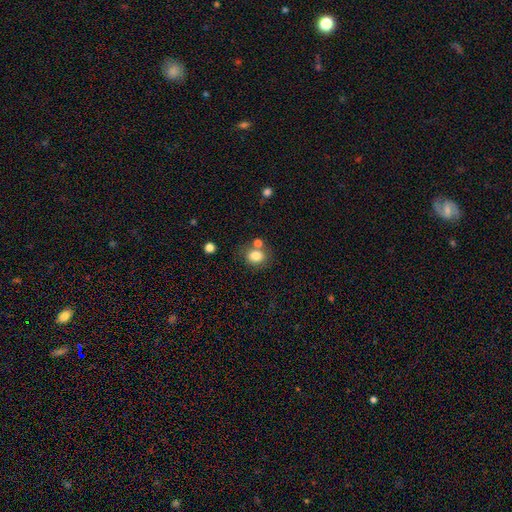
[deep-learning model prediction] smooth_or_featured: smooth (p=0.82) [alt: star or artifact p=0.10]
how_rounded: round (p=0.61) [alt: in between p=0.38]
merging: none (p=0.63) [alt: merger p=0.19]